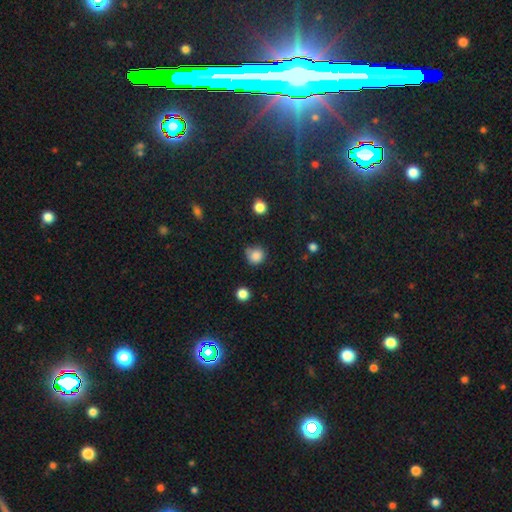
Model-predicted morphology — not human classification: A smooth galaxy with no disk features (84%) that is round (88%). Merging: none (67%).